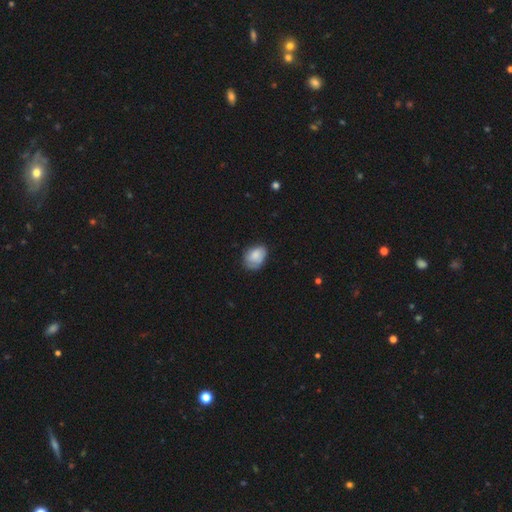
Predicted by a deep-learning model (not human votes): Smooth or featured?
  - smooth: 78% *
  - featured or disk: 15%
  - star or artifact: 7%
How rounded?
  - in between: 72% *
  - round: 27%
  - cigar-shaped: 1%
Merging?
  - none: 64% *
  - minor disturbance: 28%
  - major disturbance: 6%
  - merger: 1%